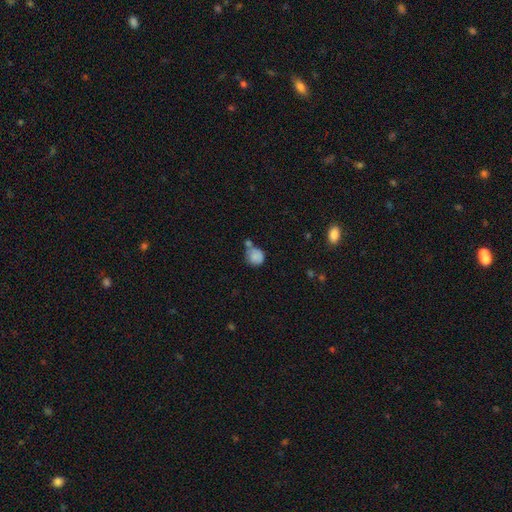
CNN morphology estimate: A smooth galaxy with no disk features (80%) that is round (82%).

Vote fractions:
- Smooth or featured? smooth: 80% / featured or disk: 11% / star or artifact: 9%
- How rounded? round: 82% / in between: 17% / cigar-shaped: 1%
- Merging? none: 41% / merger: 30% / minor disturbance: 21% / major disturbance: 8%